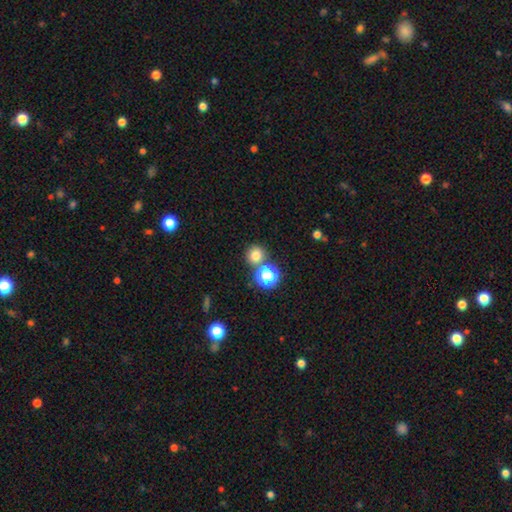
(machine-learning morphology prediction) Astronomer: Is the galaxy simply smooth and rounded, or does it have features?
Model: smooth — 77%.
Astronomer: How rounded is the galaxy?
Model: round — 90%.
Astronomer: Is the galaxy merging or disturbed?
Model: none — 75%.